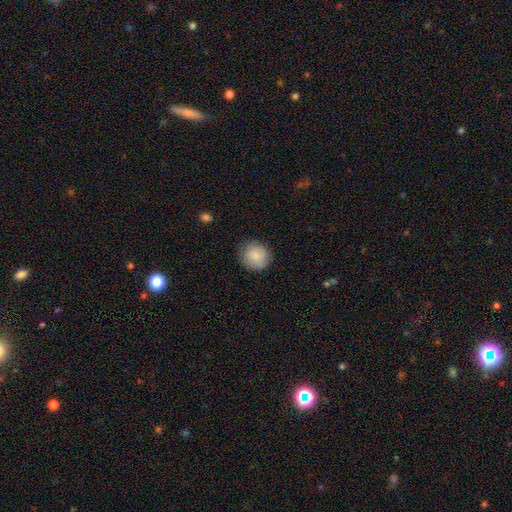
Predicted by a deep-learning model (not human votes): smooth_or_featured: smooth (p=0.86) [alt: star or artifact p=0.07]
how_rounded: round (p=0.84) [alt: in between p=0.15]
merging: none (p=0.83) [alt: minor disturbance p=0.13]